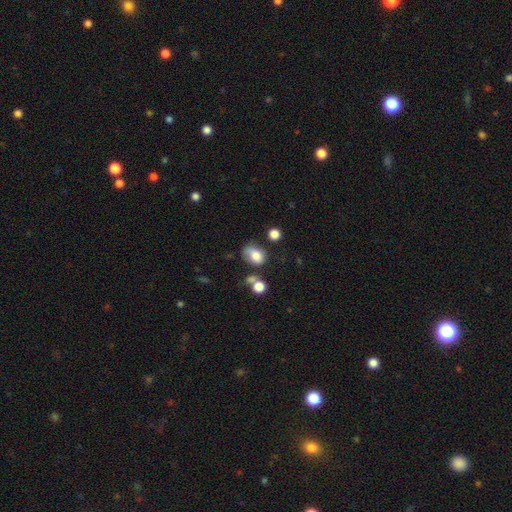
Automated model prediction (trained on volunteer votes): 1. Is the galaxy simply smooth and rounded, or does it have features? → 72% smooth, 17% featured or disk, 11% star or artifact.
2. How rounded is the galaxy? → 59% in between, 40% round, 1% cigar-shaped.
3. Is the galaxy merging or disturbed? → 41% none, 28% minor disturbance, 17% major disturbance, 14% merger.